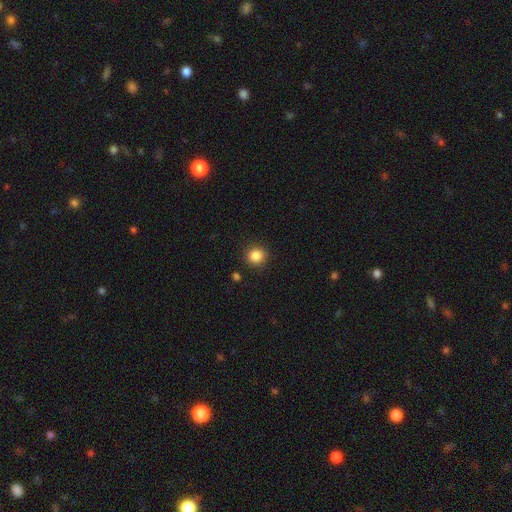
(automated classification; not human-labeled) This appears to be a smooth galaxy with no disk features (85%) that is round (90%). Merging: none (90%).